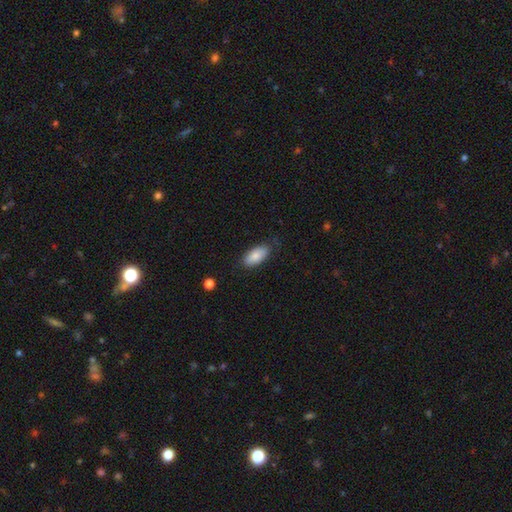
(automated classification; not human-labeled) smooth-or-featured: smooth: 84% | featured or disk: 10% | star or artifact: 6%
  how-rounded: in between: 91% | cigar-shaped: 7% | round: 2%
  merging: none: 79% | minor disturbance: 16% | major disturbance: 3% | merger: 1%